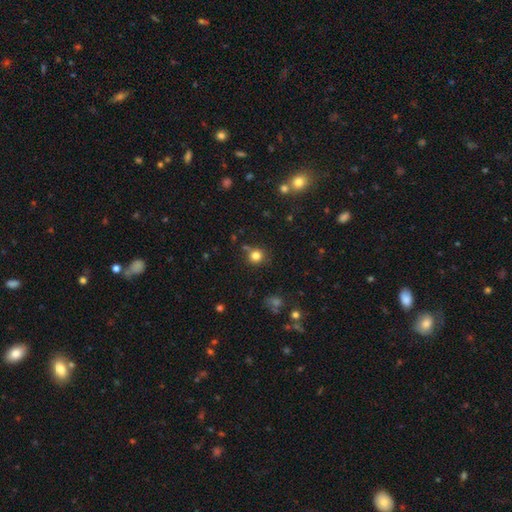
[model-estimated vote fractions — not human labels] Smooth or featured? Predicted: smooth (p=0.80). How rounded? Predicted: round (p=0.90). Merging? Predicted: none (p=0.77).